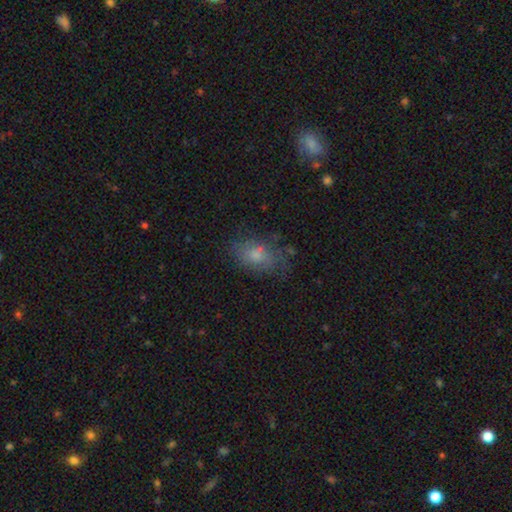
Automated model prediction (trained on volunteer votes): Smooth or featured?
  - smooth: 65% *
  - featured or disk: 23%
  - star or artifact: 12%
How rounded?
  - in between: 85% *
  - round: 12%
  - cigar-shaped: 3%
Merging?
  - none: 62% *
  - minor disturbance: 23%
  - major disturbance: 12%
  - merger: 3%